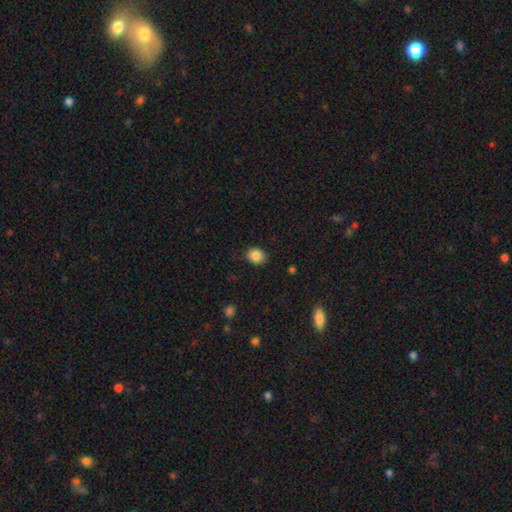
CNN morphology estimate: Smooth or featured? smooth (86%)
How rounded? round (52%)
Merging? none (86%)